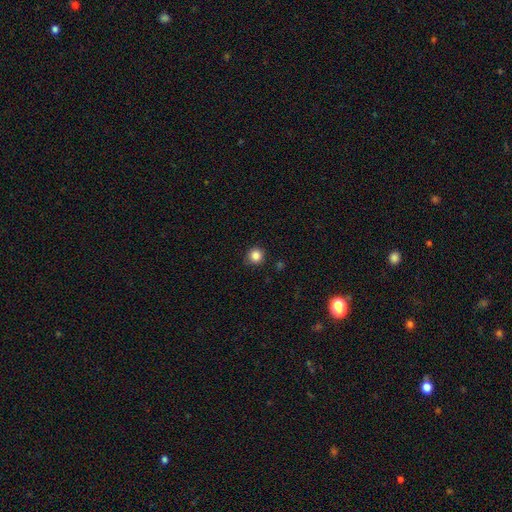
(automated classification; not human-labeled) A smooth galaxy with no disk features (85%) that is round (94%).

Vote fractions:
- Smooth or featured? smooth: 85% / star or artifact: 11% / featured or disk: 4%
- How rounded? round: 94% / in between: 5% / cigar-shaped: 1%
- Merging? none: 87% / minor disturbance: 9% / major disturbance: 2% / merger: 1%